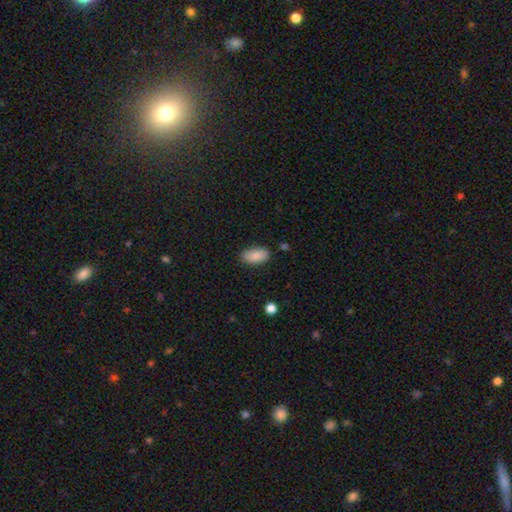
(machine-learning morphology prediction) smooth 88%, star or artifact 7%, featured or disk 5%. Down the decision tree: how rounded — in between (93%); merging — none (83%).